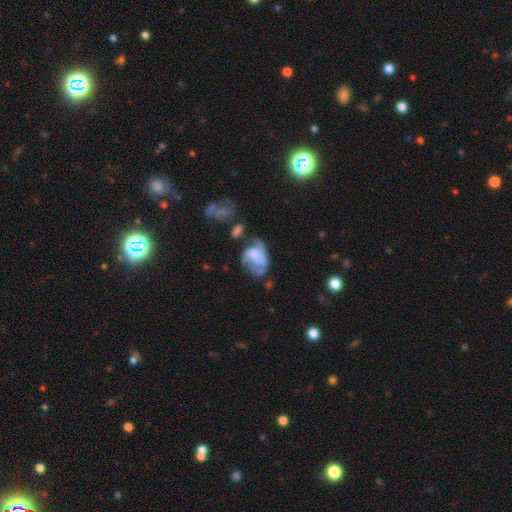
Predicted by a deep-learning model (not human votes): A featured or disk galaxy (57%) with no bar (69%), spiral arms (59%) and a moderate central bulge (34%). Merging: major disturbance (31%).